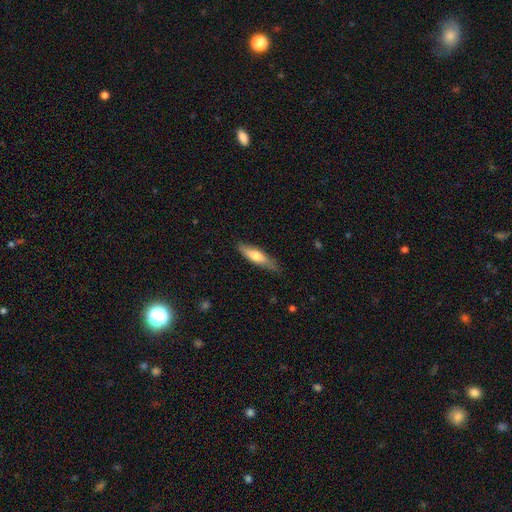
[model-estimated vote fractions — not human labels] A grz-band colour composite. It shows a smooth galaxy with no disk features (62%) that is cigar-shaped (68%). Merging: none (77%).